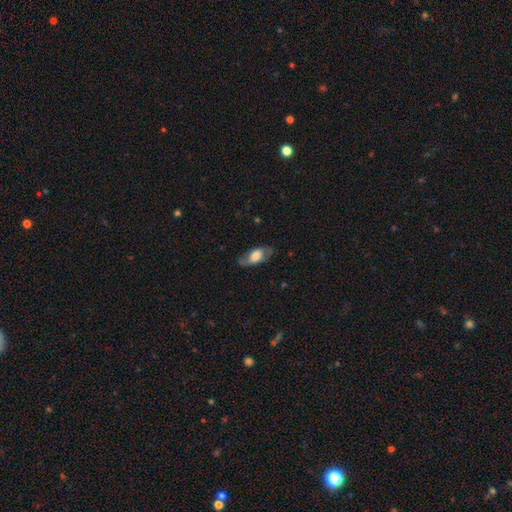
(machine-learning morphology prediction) A smooth galaxy with no disk features (49%).

Vote fractions:
- Smooth or featured? smooth: 49% / featured or disk: 44% / star or artifact: 7%
- Merging? none: 68% / minor disturbance: 21% / major disturbance: 10% / merger: 1%